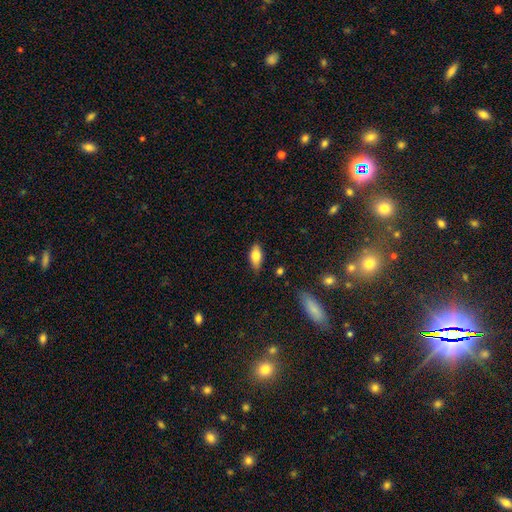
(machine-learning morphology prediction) type=smooth (76%); roundness=in between (84%); merging=none (80%).